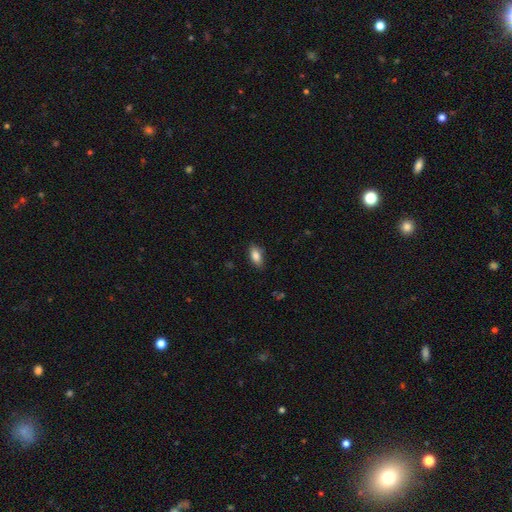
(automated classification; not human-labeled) smooth 85%, star or artifact 8%, featured or disk 7%. Down the decision tree: how rounded — in between (89%); merging — none (84%).